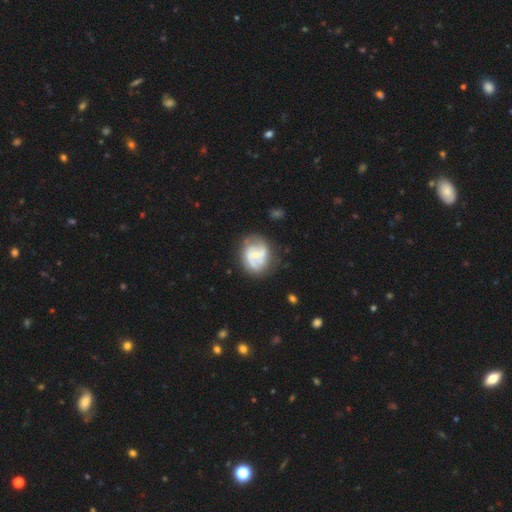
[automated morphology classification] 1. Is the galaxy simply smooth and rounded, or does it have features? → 71% featured or disk, 23% smooth, 6% star or artifact.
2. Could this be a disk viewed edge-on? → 98% no, 2% yes.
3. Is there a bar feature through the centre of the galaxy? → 54% no, 37% weak, 9% strong.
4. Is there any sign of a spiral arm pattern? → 81% yes, 19% no.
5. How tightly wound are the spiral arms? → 43% medium, 35% tight, 22% loose.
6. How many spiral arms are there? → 62% 2, 20% can't tell, 8% 3, 6% 1, 2% 4, 2% more than 4.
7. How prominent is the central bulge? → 56% small, 36% moderate, 5% none, 3% large, 1% dominant.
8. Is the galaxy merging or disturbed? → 64% none, 22% minor disturbance, 11% major disturbance, 4% merger.